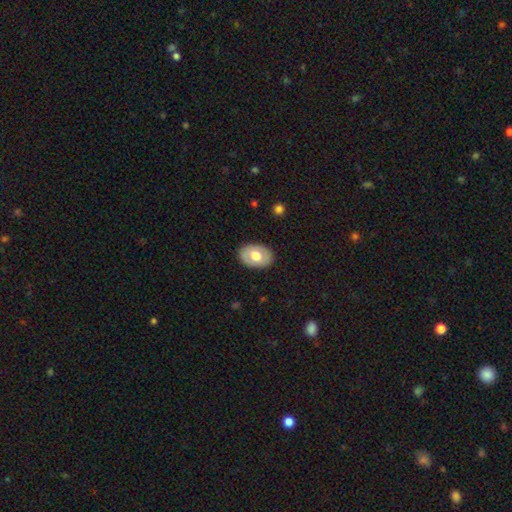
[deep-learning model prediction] A smooth galaxy with no disk features (65%) that is in between round and cigar-shaped (82%). Merging: none (87%).